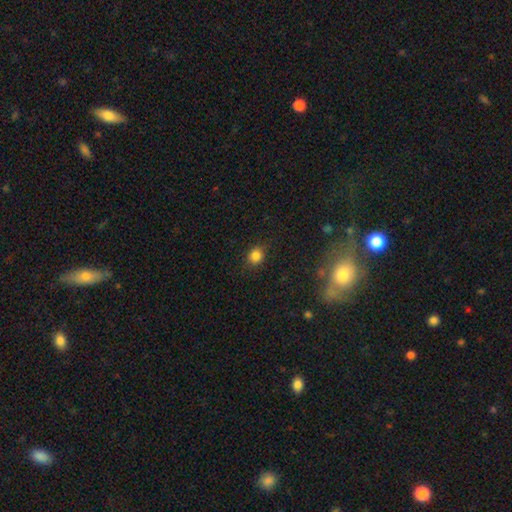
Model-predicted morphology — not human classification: Smooth or featured? Predicted: smooth (p=0.83). How rounded? Predicted: round (p=0.77). Merging? Predicted: none (p=0.84).